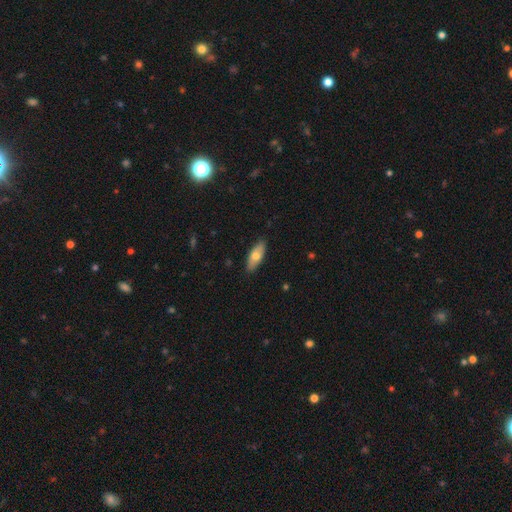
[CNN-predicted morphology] Overall: smooth (69%). How rounded: in between (72%). Merging: none (88%).